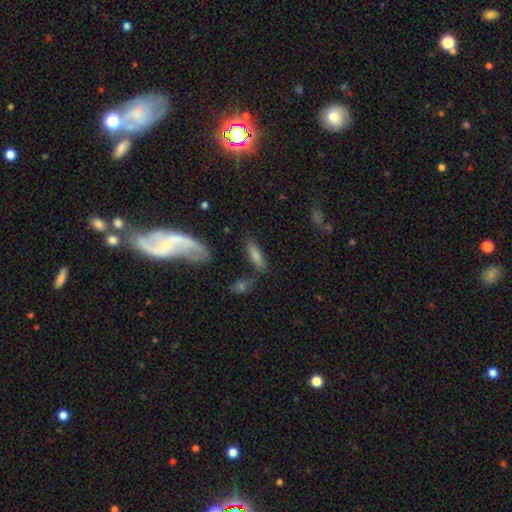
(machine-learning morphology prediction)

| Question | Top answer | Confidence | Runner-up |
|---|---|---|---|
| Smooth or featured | smooth | 79% | featured or disk (13%) |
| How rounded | cigar-shaped | 56% | in between (41%) |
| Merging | none | 73% | minor disturbance (15%) |